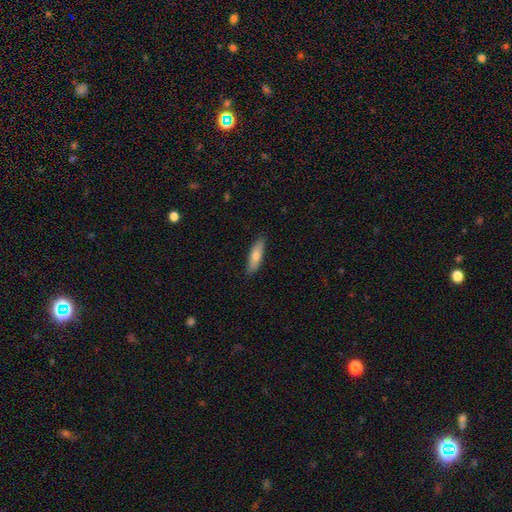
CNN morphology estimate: This appears to be a smooth galaxy with no disk features (74%) that is cigar-shaped (57%). Merging: none (86%).